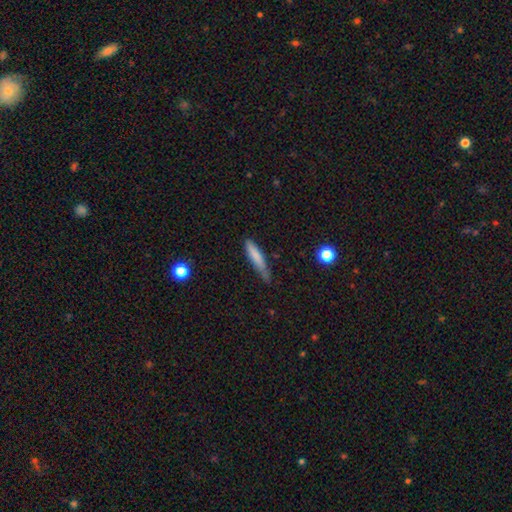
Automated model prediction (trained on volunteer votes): The model was most divided on "merging": none: 57%, minor disturbance: 33%, major disturbance: 7%, merger: 2%. More confident: how rounded — cigar-shaped (85%); smooth or featured — smooth (77%).